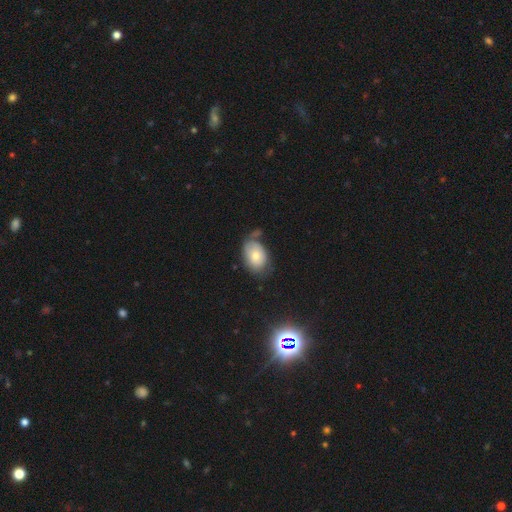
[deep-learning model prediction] Smooth or featured? smooth (71%)
How rounded? in between (79%)
Merging? none (51%)